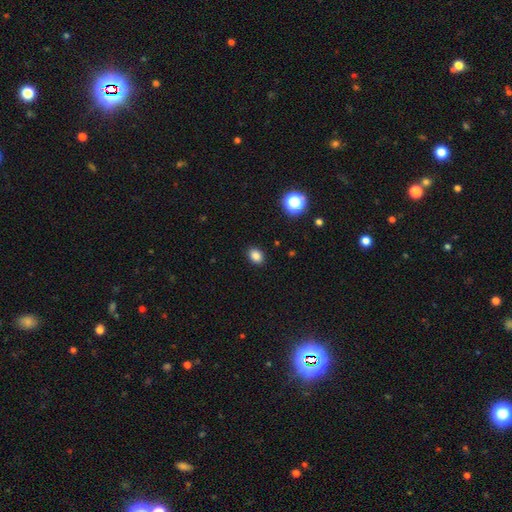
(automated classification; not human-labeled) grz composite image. It shows a smooth galaxy with no disk features (85%) that is in between round and cigar-shaped (70%). Merging: none (90%).